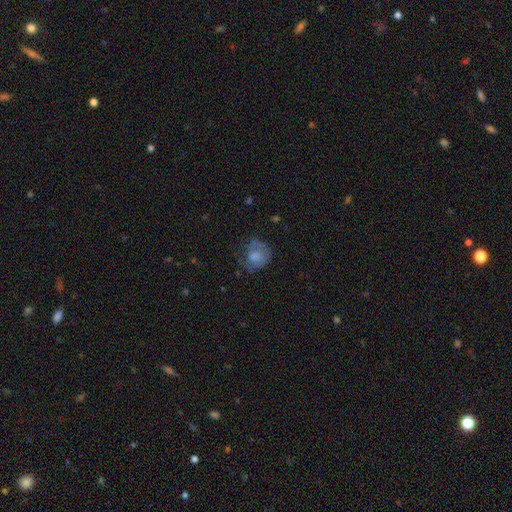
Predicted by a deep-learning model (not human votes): This is likely a smooth galaxy (62%). How rounded: likely round (68%). Merging: possibly none (47%).